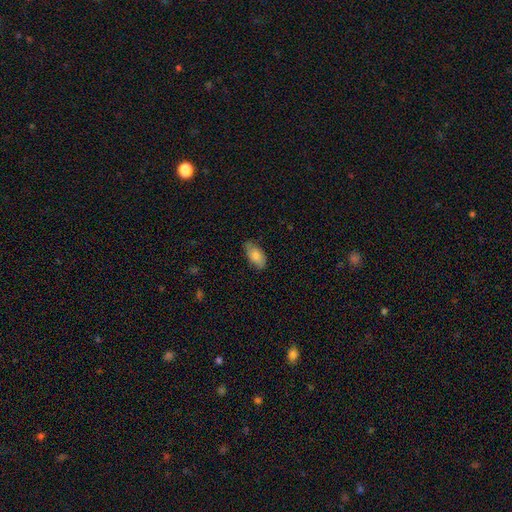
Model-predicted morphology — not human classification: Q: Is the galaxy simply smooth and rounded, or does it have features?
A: smooth — 80%.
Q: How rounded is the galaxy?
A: in between — 92%.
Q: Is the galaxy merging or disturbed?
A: none — 77%.